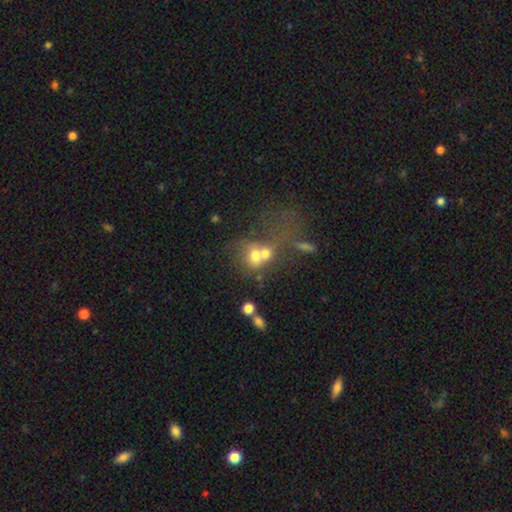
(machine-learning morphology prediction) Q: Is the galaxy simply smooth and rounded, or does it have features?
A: smooth — 60%.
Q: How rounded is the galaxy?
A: round — 59%.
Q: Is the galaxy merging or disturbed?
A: merger — 65%.